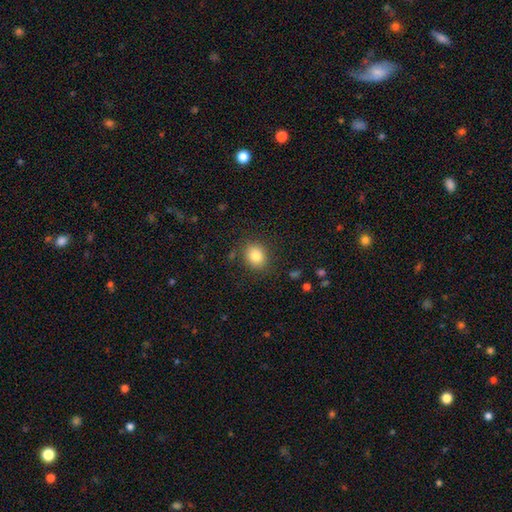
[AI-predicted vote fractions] Smooth or featured: smooth — 82% (star or artifact — 10%)
How rounded: round — 65% (in between — 34%)
Merging: none — 85% (minor disturbance — 10%)